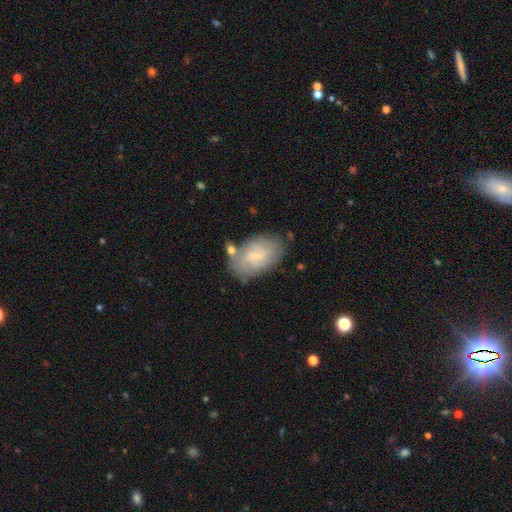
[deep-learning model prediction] A featured or disk galaxy (62%) with a weak bar (57%), tight (51%) spiral arms (86%) and a small central bulge (64%). Merging: none (68%).